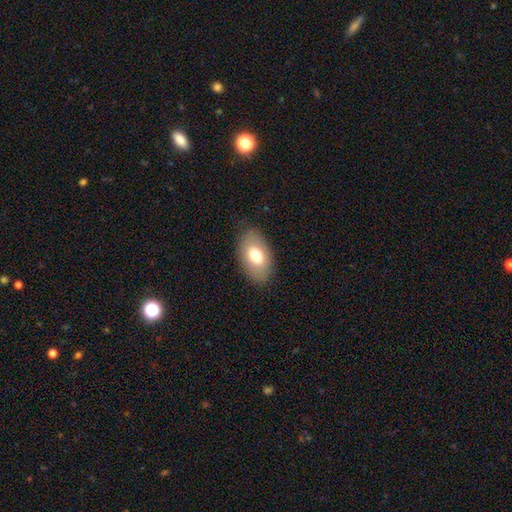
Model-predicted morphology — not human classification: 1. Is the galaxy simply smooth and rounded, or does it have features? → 72% smooth, 21% featured or disk, 7% star or artifact.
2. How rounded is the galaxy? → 92% in between, 7% round, 1% cigar-shaped.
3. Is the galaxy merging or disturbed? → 84% none, 12% minor disturbance, 3% major disturbance, 1% merger.